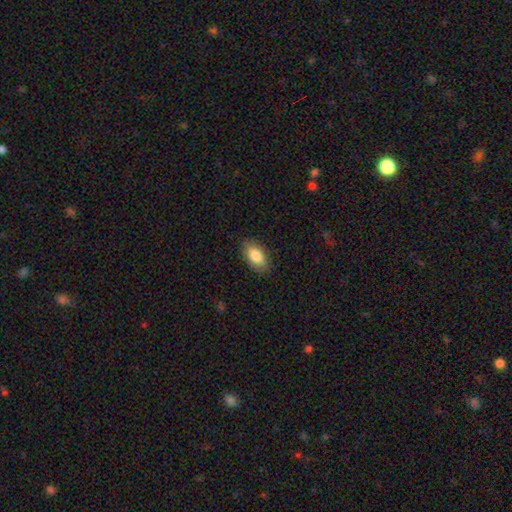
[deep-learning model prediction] Q: Smooth or featured?
A: smooth (84%); runner-up: featured or disk (9%)
Q: How rounded?
A: in between (91%); runner-up: round (5%)
Q: Merging?
A: none (86%); runner-up: minor disturbance (10%)